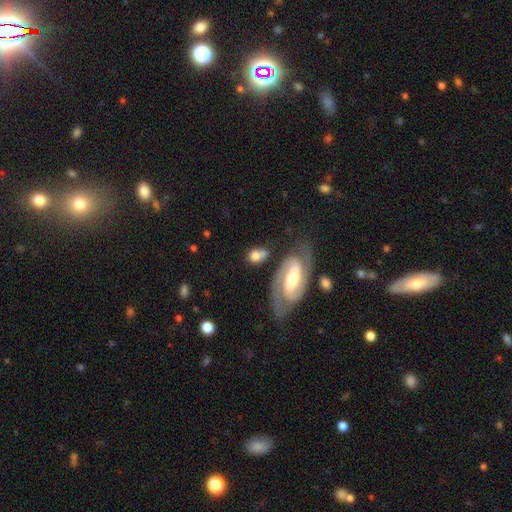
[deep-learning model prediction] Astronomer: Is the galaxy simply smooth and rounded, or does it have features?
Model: smooth — 57% (runner-up: featured or disk, 35%).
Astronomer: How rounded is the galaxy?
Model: in between — 70%.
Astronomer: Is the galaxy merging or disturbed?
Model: none — 54%.